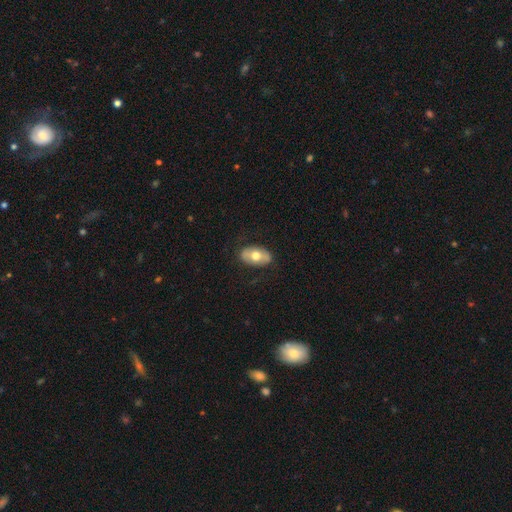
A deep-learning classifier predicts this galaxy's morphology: A smooth galaxy with no disk features (56%) that is in between round and cigar-shaped (90%). Merging: none (81%).